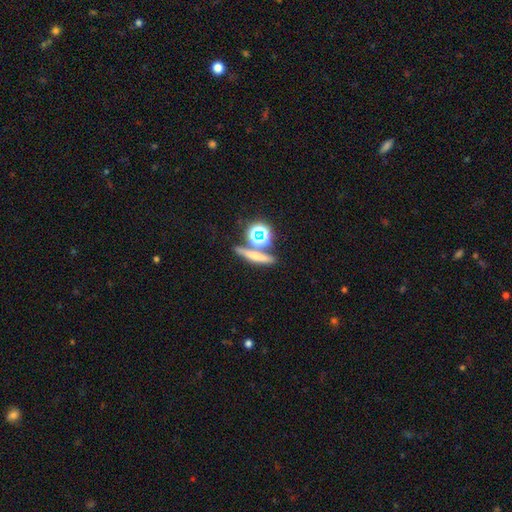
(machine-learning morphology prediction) Q: Smooth or featured?
A: smooth (53%); runner-up: featured or disk (25%)
Q: How rounded?
A: cigar-shaped (59%); runner-up: round (24%)
Q: Merging?
A: none (69%); runner-up: merger (17%)